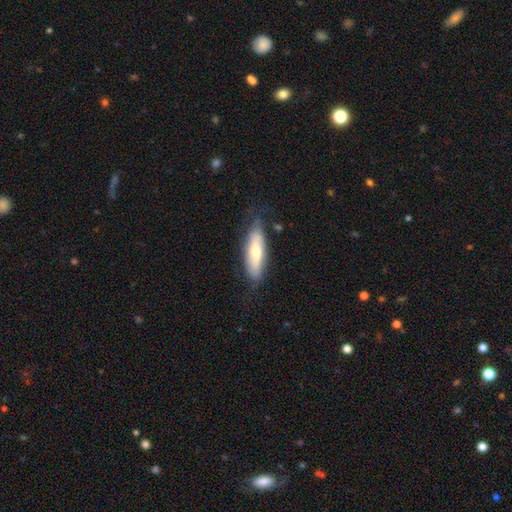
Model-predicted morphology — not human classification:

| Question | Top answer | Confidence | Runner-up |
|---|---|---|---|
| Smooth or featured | smooth | 53% | featured or disk (40%) |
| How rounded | cigar-shaped | 51% | in between (47%) |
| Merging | none | 74% | minor disturbance (19%) |